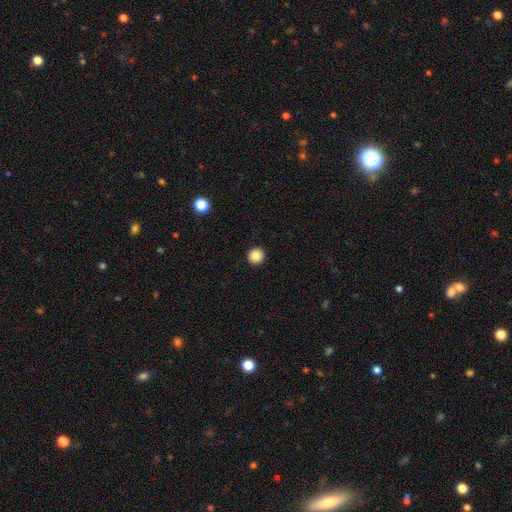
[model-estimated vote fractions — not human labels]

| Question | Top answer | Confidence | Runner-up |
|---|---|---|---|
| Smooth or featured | smooth | 86% | star or artifact (10%) |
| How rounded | round | 96% | in between (3%) |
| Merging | none | 94% | minor disturbance (4%) |